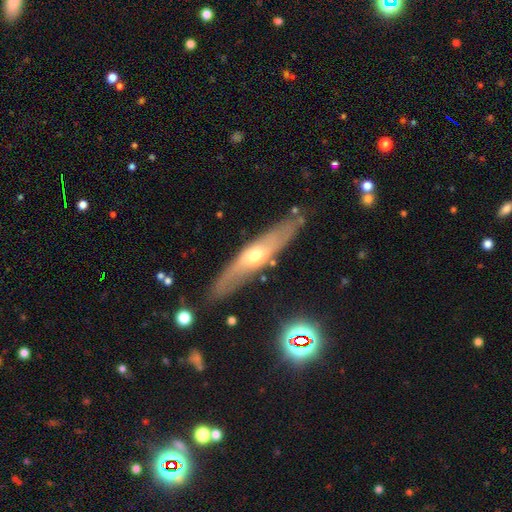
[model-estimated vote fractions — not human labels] This is possibly a featured or disk galaxy (60%). It is likely viewed edge-on (65%). Merging: clearly none (82%).